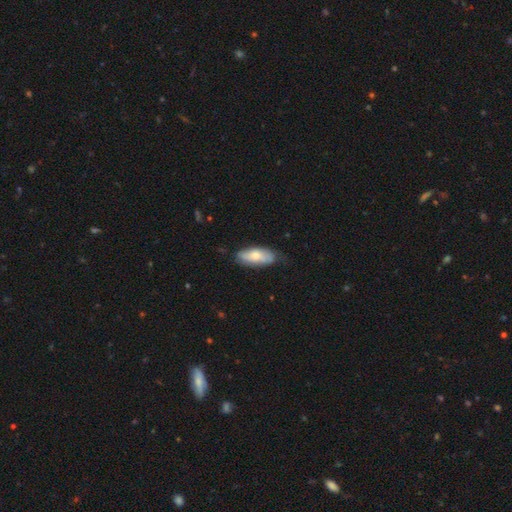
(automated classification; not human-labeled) This is likely a smooth galaxy (67%). How rounded: clearly in between (81%). Merging: likely none (67%).